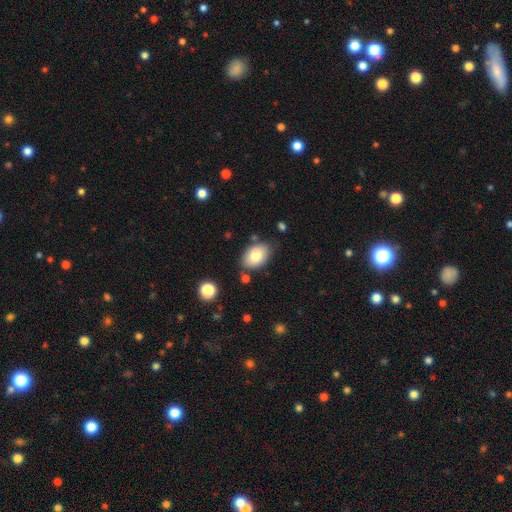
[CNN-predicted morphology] Smooth or featured? Predicted: smooth (p=0.79). How rounded? Predicted: in between (p=0.84). Merging? Predicted: none (p=0.75).